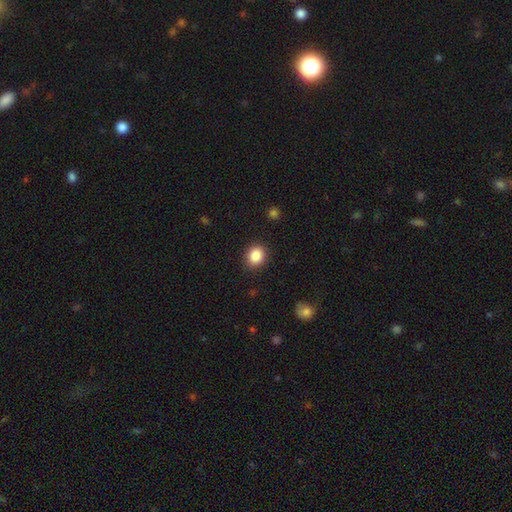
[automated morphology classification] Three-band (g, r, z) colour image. It shows a smooth galaxy with no disk features (87%) that is round (67%). Merging: none (88%).